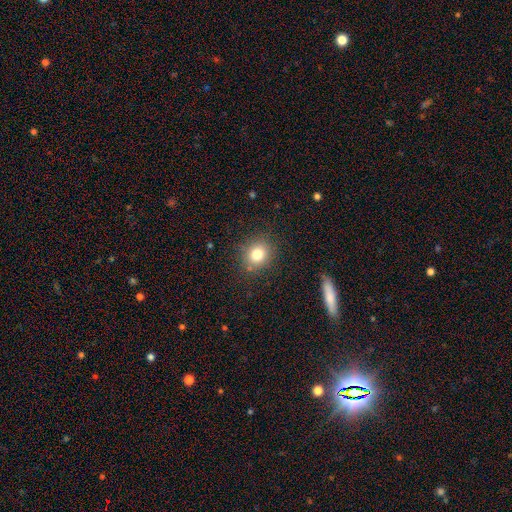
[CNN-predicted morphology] This appears to be a smooth galaxy with no disk features (58%) that is round (70%). Merging: none (88%).